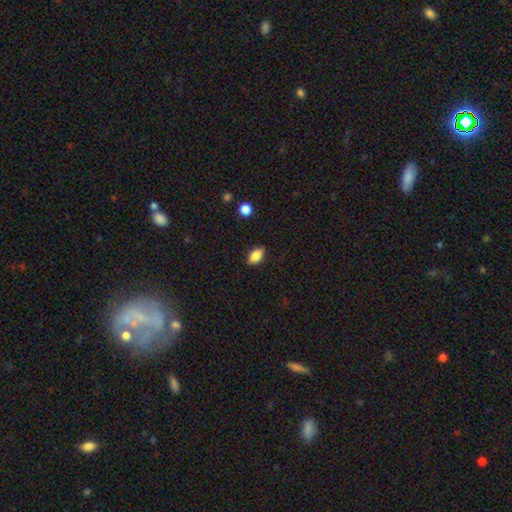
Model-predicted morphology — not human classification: smooth-or-featured: smooth: 85% | star or artifact: 8% | featured or disk: 7%
  how-rounded: in between: 90% | round: 6% | cigar-shaped: 4%
  merging: none: 87% | minor disturbance: 9% | major disturbance: 2% | merger: 1%